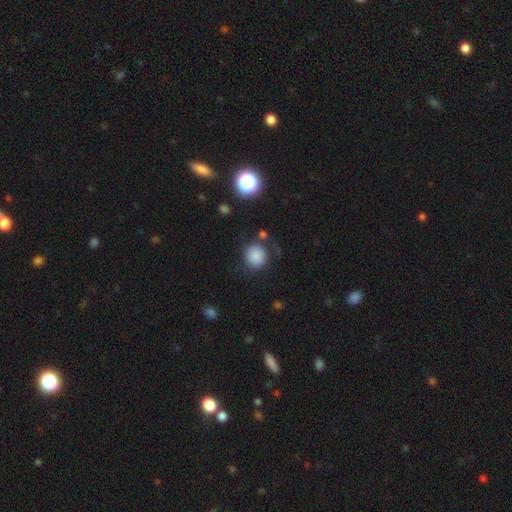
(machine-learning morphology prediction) Smooth or featured: smooth — 83% (star or artifact — 10%)
How rounded: round — 88% (in between — 11%)
Merging: none — 72% (minor disturbance — 15%)